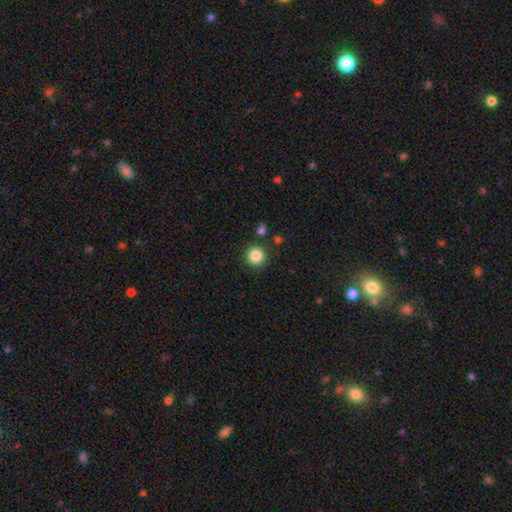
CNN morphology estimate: Overall: smooth (85%). How rounded: round (95%). Merging: none (87%).